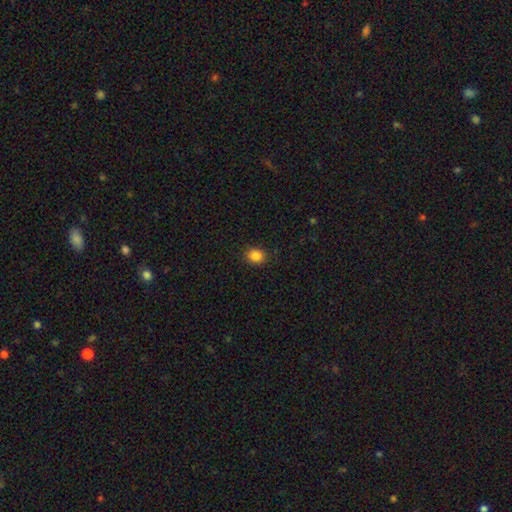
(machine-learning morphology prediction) A smooth galaxy with no disk features (85%) that is round (62%). Merging: none (90%).